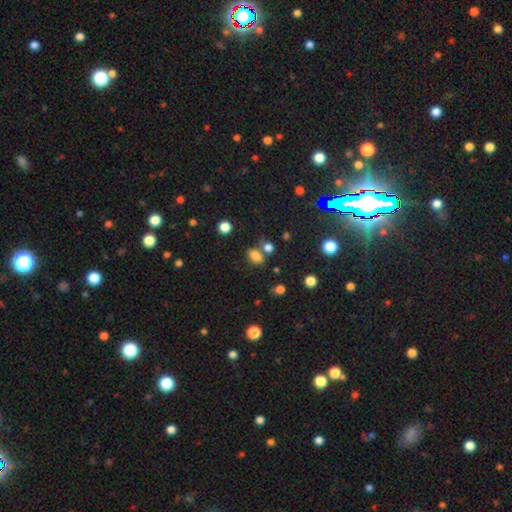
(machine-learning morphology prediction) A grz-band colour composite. It shows a smooth galaxy with no disk features (79%) that is in between round and cigar-shaped (83%). Merging: none (62%).